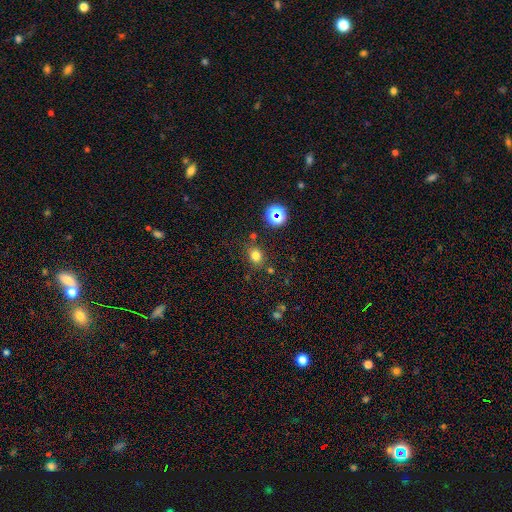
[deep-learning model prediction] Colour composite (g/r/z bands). It shows a smooth galaxy with no disk features (75%) that is round (60%). Merging: none (79%).